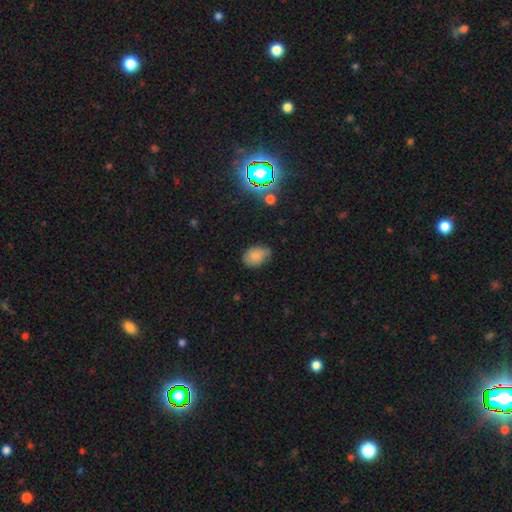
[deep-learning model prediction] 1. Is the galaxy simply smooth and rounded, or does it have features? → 79% smooth, 12% star or artifact, 10% featured or disk.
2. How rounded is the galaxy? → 81% in between, 17% round, 1% cigar-shaped.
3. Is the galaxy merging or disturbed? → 58% none, 33% minor disturbance, 7% major disturbance, 2% merger.